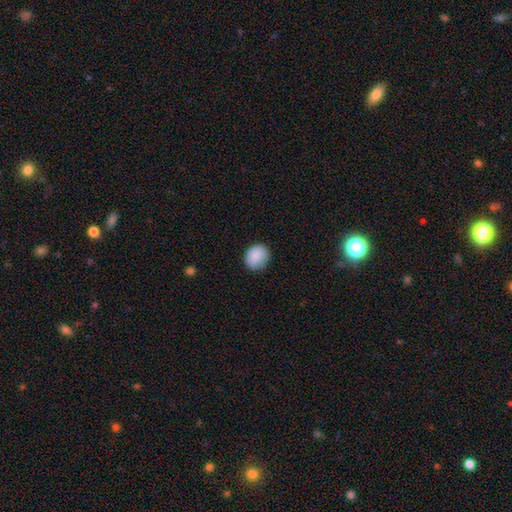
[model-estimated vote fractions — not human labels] smooth_or_featured: smooth (p=0.88) [alt: star or artifact p=0.08]
how_rounded: round (p=0.71) [alt: in between p=0.28]
merging: none (p=0.80) [alt: minor disturbance p=0.16]